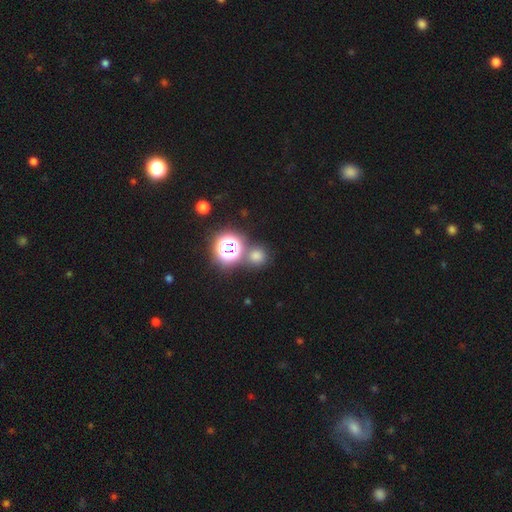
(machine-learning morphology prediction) This appears to be a smooth galaxy with no disk features (62%) that is round (90%). Merging: none (77%).